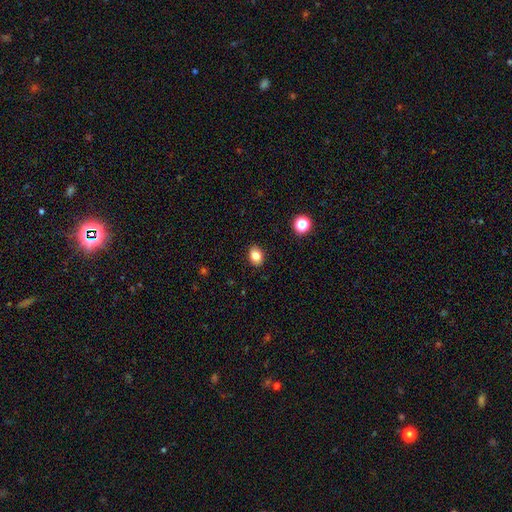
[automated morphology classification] smooth-or-featured: smooth: 84% | star or artifact: 10% | featured or disk: 6%
  how-rounded: in between: 66% | round: 33% | cigar-shaped: 1%
  merging: none: 89% | minor disturbance: 8% | major disturbance: 2% | merger: 1%